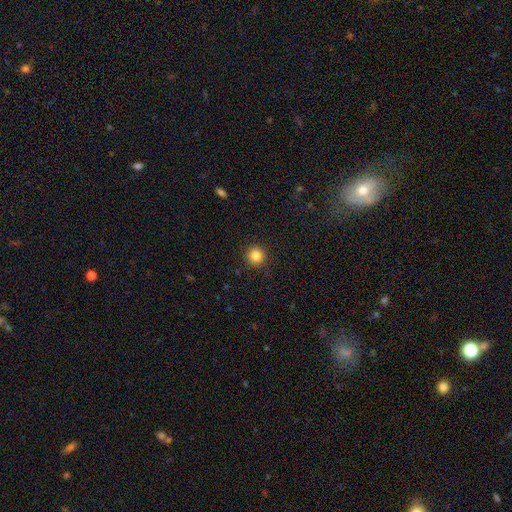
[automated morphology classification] smooth 84%, star or artifact 11%, featured or disk 5%. Down the decision tree: how rounded — round (95%); merging — none (91%).